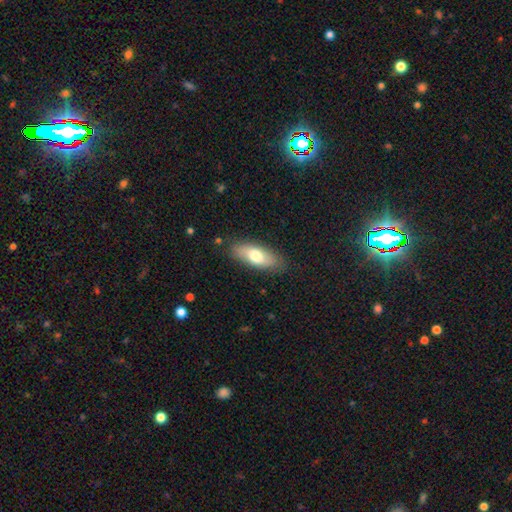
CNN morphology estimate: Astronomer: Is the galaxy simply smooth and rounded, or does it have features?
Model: smooth — 70%.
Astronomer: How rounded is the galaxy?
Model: in between — 77%.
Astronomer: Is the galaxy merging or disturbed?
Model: none — 82%.